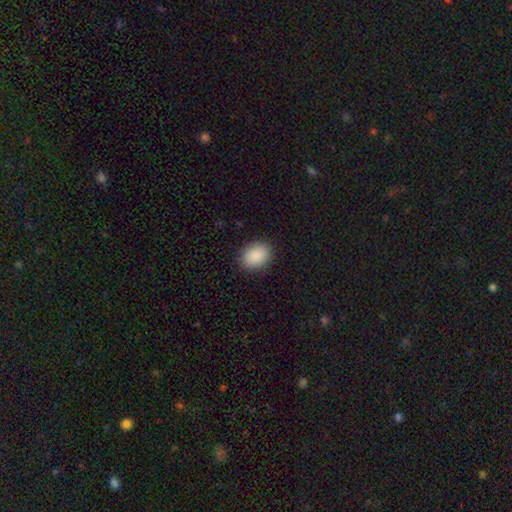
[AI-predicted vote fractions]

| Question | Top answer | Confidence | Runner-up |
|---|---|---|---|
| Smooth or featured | smooth | 90% | star or artifact (7%) |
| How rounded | in between | 69% | round (30%) |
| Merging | none | 89% | minor disturbance (8%) |